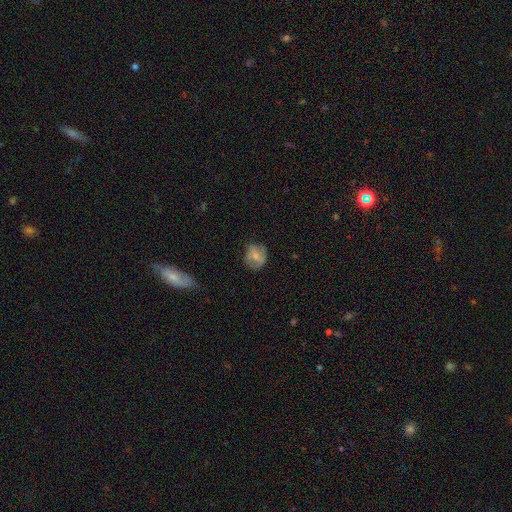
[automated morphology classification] Smooth or featured? Predicted: smooth (p=0.58). How rounded? Predicted: round (p=0.66). Merging? Predicted: none (p=0.64).